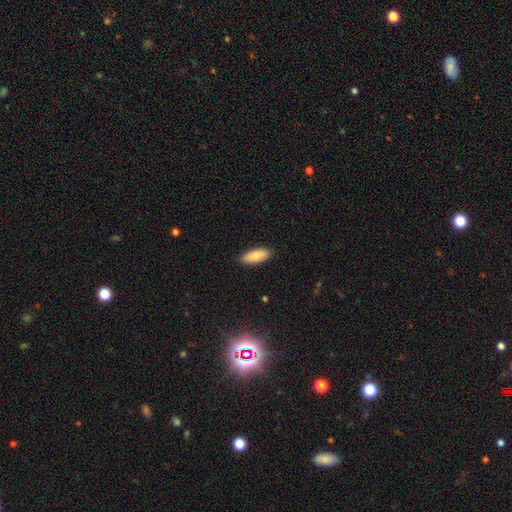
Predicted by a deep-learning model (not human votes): smooth_or_featured: smooth (p=0.86) [alt: featured or disk p=0.08]
how_rounded: in between (p=0.78) [alt: cigar-shaped p=0.20]
merging: none (p=0.89) [alt: minor disturbance p=0.08]